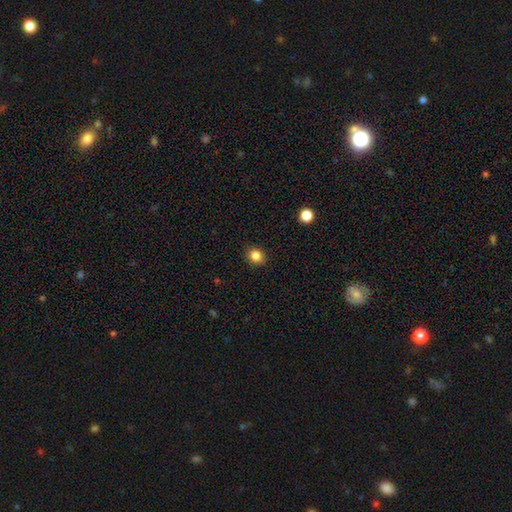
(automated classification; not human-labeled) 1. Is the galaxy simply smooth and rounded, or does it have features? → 84% smooth, 11% star or artifact, 5% featured or disk.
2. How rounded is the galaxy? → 72% round, 27% in between, 1% cigar-shaped.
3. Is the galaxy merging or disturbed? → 91% none, 6% minor disturbance, 2% major disturbance, 1% merger.